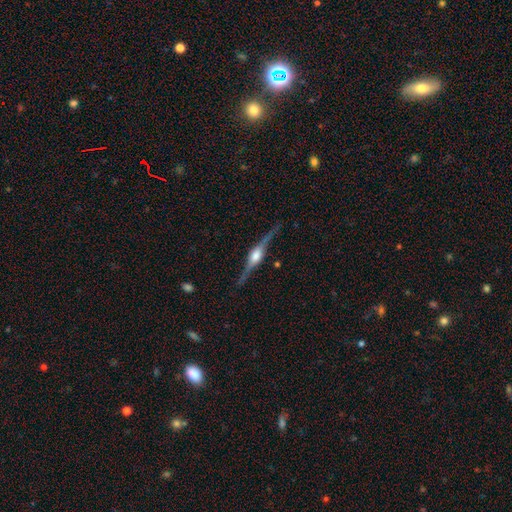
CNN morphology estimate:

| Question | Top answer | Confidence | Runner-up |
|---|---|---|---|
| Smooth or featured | featured or disk | 87% | smooth (8%) |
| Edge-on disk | yes | 98% | no (2%) |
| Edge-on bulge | rounded | 89% | boxy (9%) |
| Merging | none | 86% | minor disturbance (10%) |